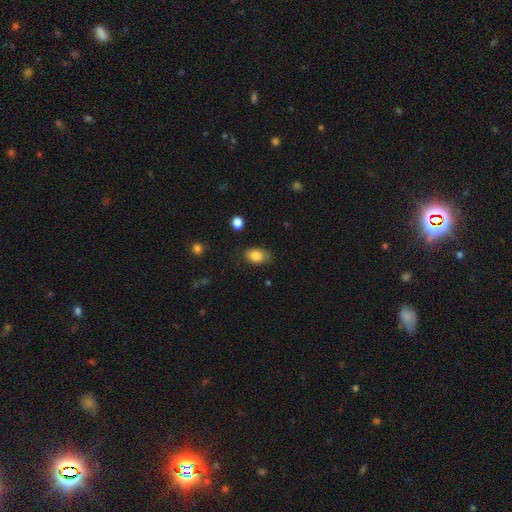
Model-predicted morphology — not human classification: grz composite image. It shows a smooth galaxy with no disk features (84%) that is in between round and cigar-shaped (85%). Merging: none (76%).